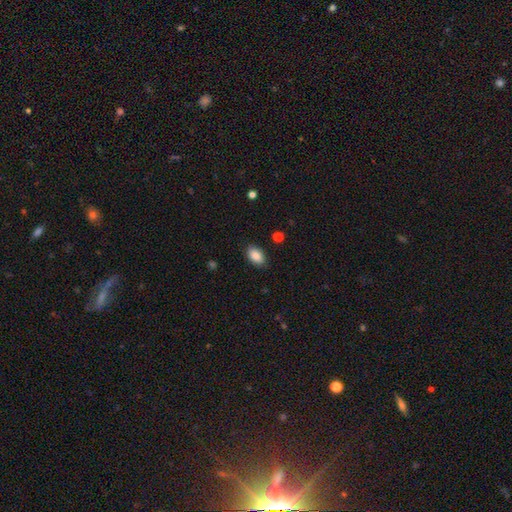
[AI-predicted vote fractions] Q: Smooth or featured?
A: smooth (88%); runner-up: star or artifact (7%)
Q: How rounded?
A: in between (91%); runner-up: round (8%)
Q: Merging?
A: none (86%); runner-up: minor disturbance (10%)